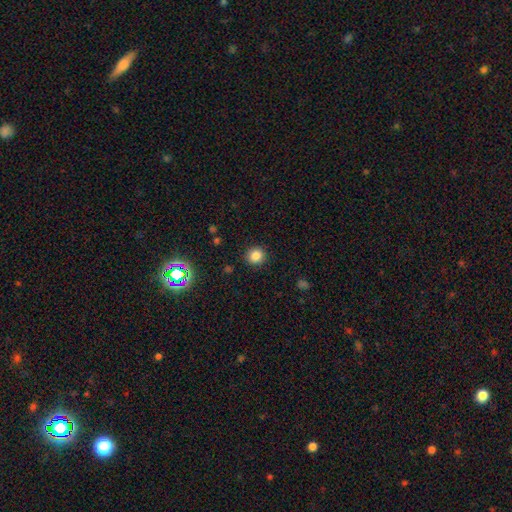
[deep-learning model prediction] A smooth galaxy with no disk features (83%) that is round (88%). Merging: none (90%).